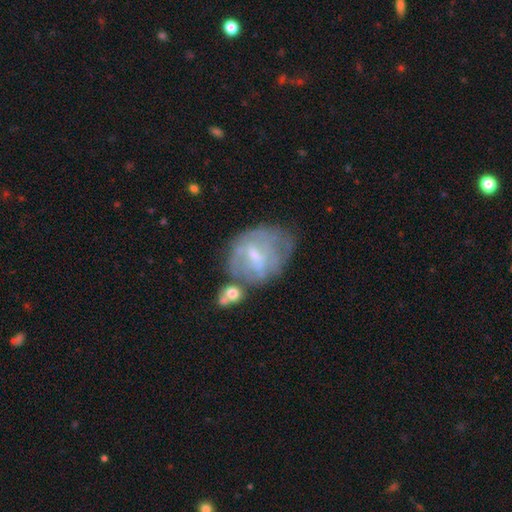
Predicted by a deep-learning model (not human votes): Smooth or featured: featured or disk — 58% (smooth — 34%)
Edge-on disk: no — 96% (yes — 4%)
Bar: weak — 50% (no — 36%)
Spiral arms: no — 55% (yes — 45%)
Bulge size: small — 56% (moderate — 28%)
Merging: none — 41% (minor disturbance — 25%)